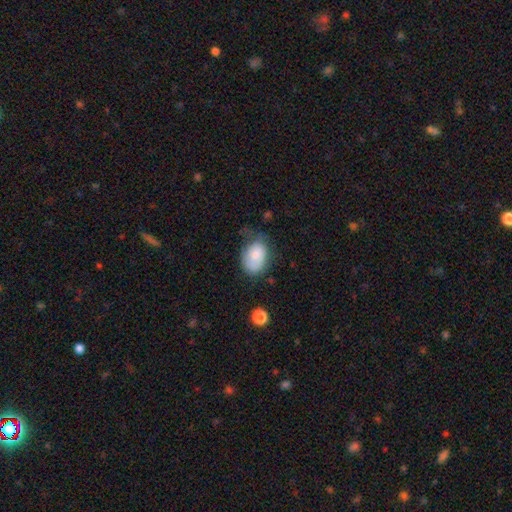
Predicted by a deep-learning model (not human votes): Smooth or featured?
  - smooth: 79% *
  - featured or disk: 14%
  - star or artifact: 7%
How rounded?
  - in between: 81% *
  - round: 18%
  - cigar-shaped: 1%
Merging?
  - none: 50% *
  - minor disturbance: 33%
  - major disturbance: 13%
  - merger: 3%